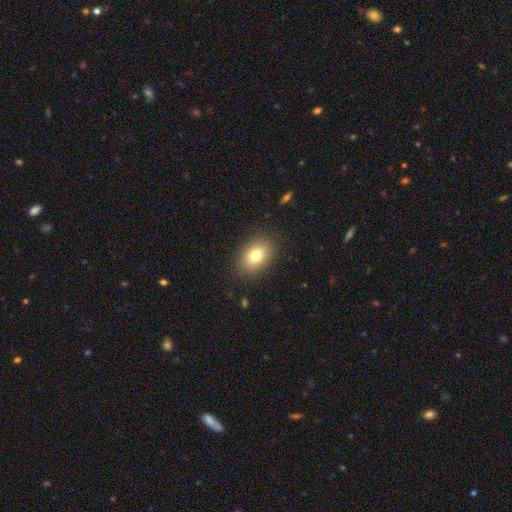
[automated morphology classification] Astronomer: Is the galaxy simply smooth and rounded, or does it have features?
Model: smooth — 78%.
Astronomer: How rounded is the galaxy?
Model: in between — 77%.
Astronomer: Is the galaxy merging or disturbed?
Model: none — 87%.